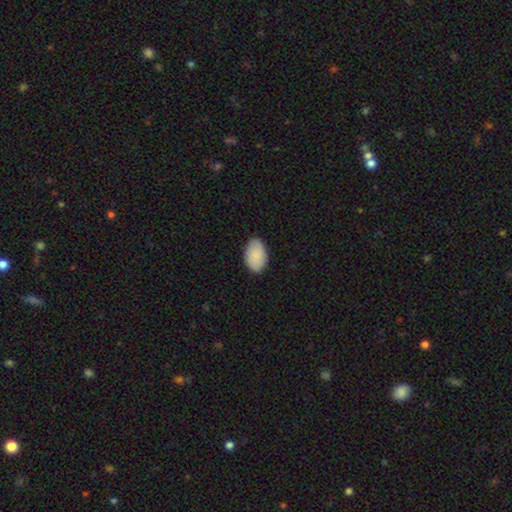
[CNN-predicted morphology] A smooth galaxy with no disk features (89%) that is in between round and cigar-shaped (92%).

Vote fractions:
- Smooth or featured? smooth: 89% / star or artifact: 6% / featured or disk: 5%
- How rounded? in between: 92% / round: 6% / cigar-shaped: 1%
- Merging? none: 83% / minor disturbance: 13% / major disturbance: 2% / merger: 1%